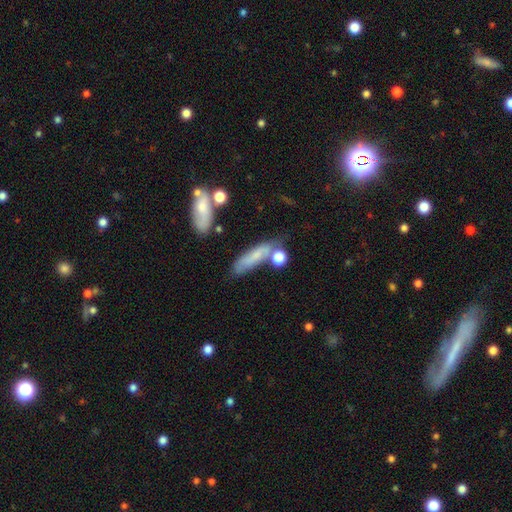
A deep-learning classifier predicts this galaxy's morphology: Smooth or featured: smooth — 64% (featured or disk — 26%)
How rounded: cigar-shaped — 67% (in between — 28%)
Merging: none — 53% (minor disturbance — 23%)